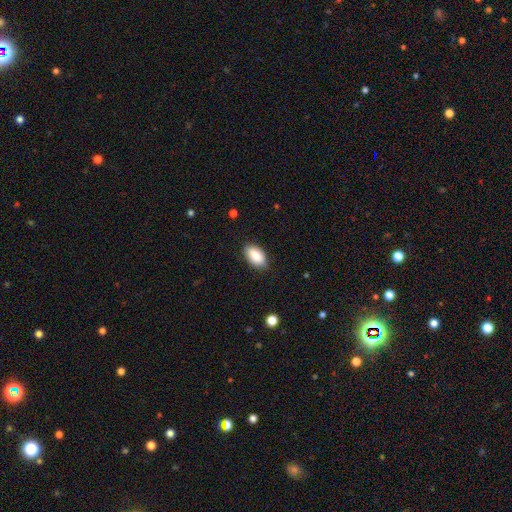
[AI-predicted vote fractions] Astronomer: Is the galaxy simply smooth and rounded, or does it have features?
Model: smooth — 87%.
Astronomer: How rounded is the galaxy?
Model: in between — 94%.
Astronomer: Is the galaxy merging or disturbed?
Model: none — 85%.